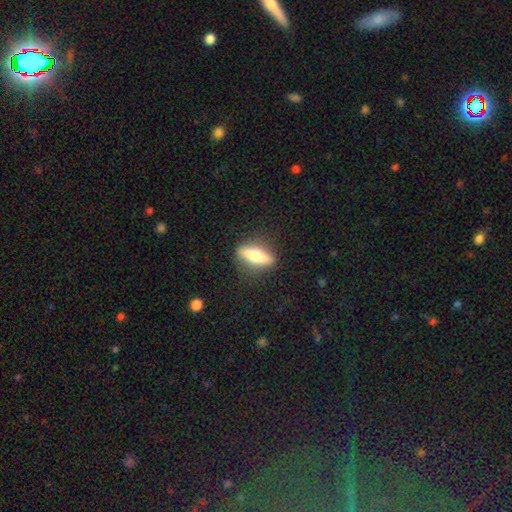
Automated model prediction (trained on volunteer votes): This appears to be a smooth galaxy with no disk features (60%) that is cigar-shaped (57%). Merging: none (85%).